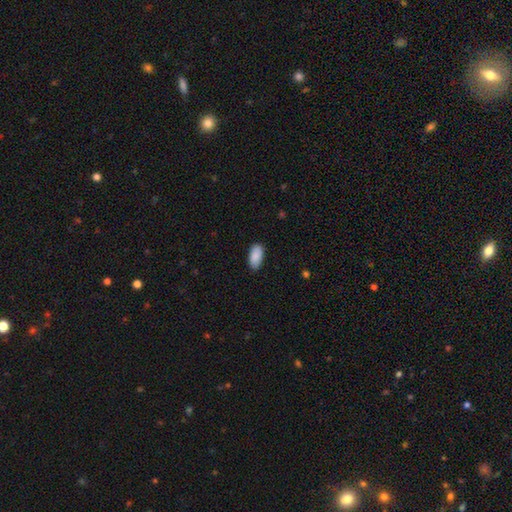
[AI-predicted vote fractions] Q: Smooth or featured?
A: smooth (88%); runner-up: star or artifact (6%)
Q: How rounded?
A: in between (93%); runner-up: cigar-shaped (4%)
Q: Merging?
A: none (85%); runner-up: minor disturbance (12%)